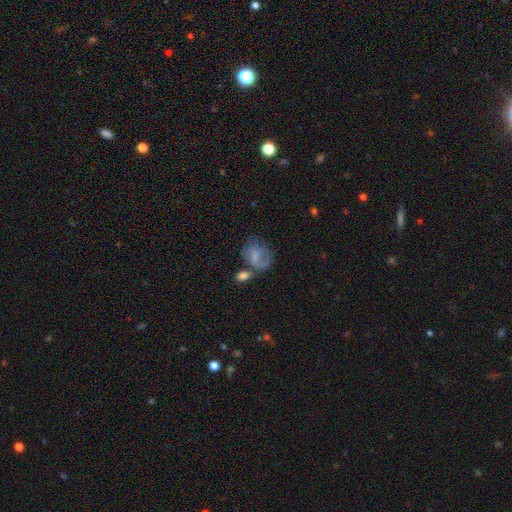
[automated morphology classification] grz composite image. It shows a smooth galaxy with no disk features (54%) that is in between round and cigar-shaped (57%). Merging: none (37%).